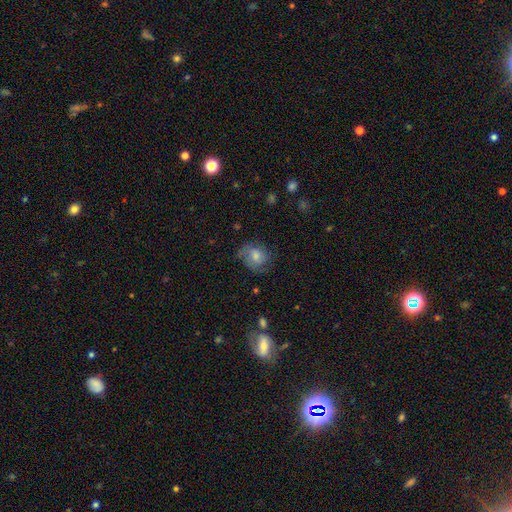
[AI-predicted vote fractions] This appears to be a featured or disk galaxy (45%). Merging: none (65%).